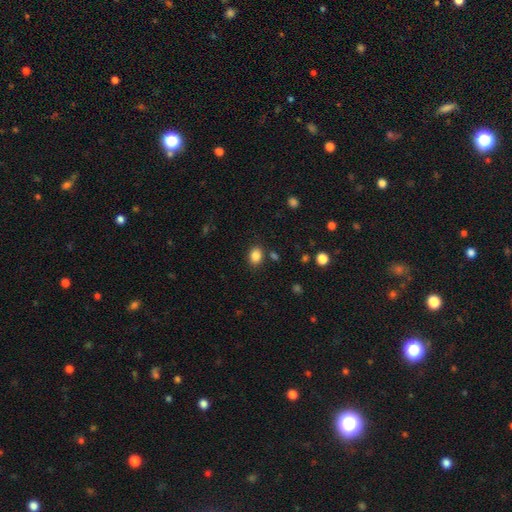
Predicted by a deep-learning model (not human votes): Smooth or featured? smooth (85%)
How rounded? in between (62%)
Merging? none (83%)